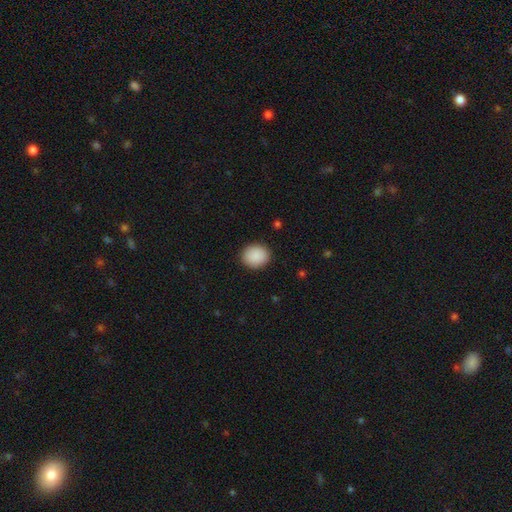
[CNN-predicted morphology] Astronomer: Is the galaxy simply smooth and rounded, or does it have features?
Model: smooth — 90%.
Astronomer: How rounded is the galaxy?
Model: round — 73%.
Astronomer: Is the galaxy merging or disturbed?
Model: none — 90%.